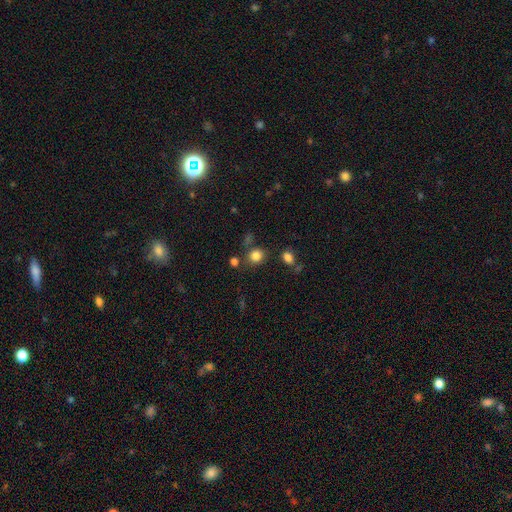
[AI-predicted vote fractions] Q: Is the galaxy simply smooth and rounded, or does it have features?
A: smooth — 82%.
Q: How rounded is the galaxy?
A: round — 72%.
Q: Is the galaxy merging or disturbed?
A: none — 76%.